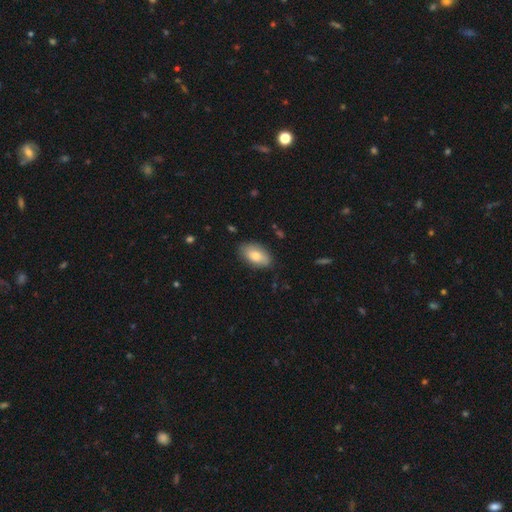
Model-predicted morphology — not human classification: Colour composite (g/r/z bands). It shows a smooth galaxy with no disk features (79%) that is in between round and cigar-shaped (93%). Merging: none (80%).